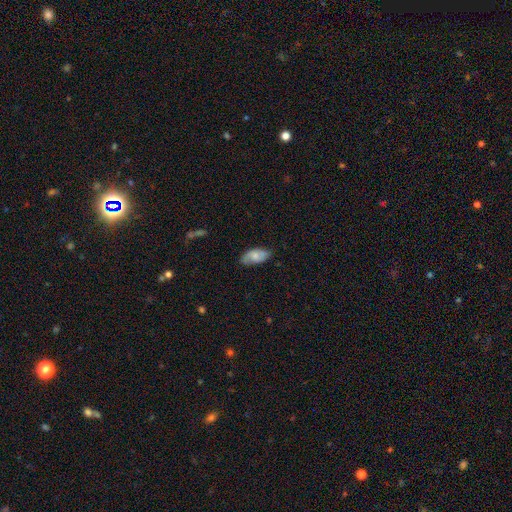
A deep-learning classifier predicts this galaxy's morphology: Q: Smooth or featured?
A: smooth (60%); runner-up: featured or disk (33%)
Q: How rounded?
A: in between (92%); runner-up: cigar-shaped (5%)
Q: Merging?
A: none (70%); runner-up: minor disturbance (24%)